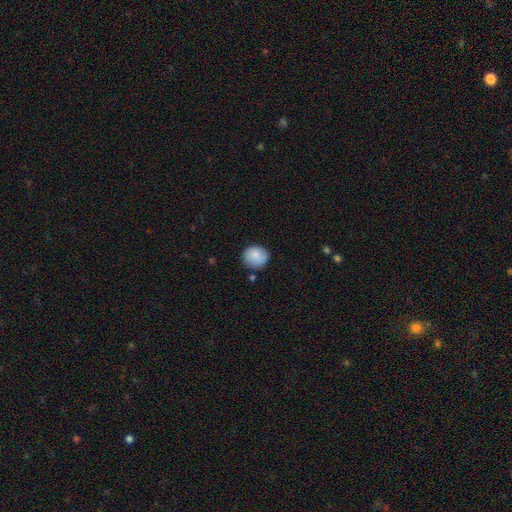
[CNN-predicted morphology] Smooth or featured: smooth — 87% (star or artifact — 7%)
How rounded: round — 81% (in between — 18%)
Merging: none — 81% (minor disturbance — 14%)